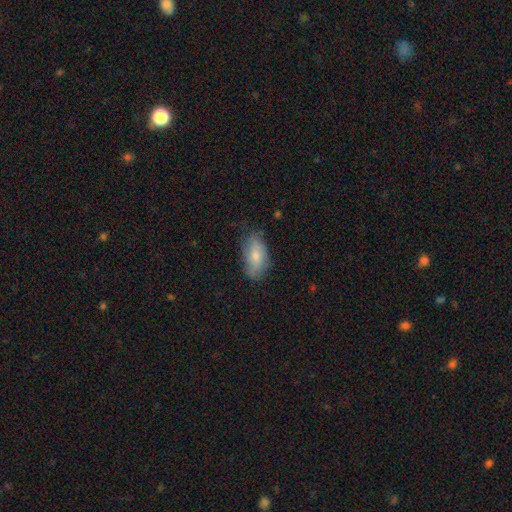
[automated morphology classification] Smooth or featured: smooth — 72% (featured or disk — 21%)
How rounded: in between — 91% (cigar-shaped — 5%)
Merging: none — 65% (minor disturbance — 27%)